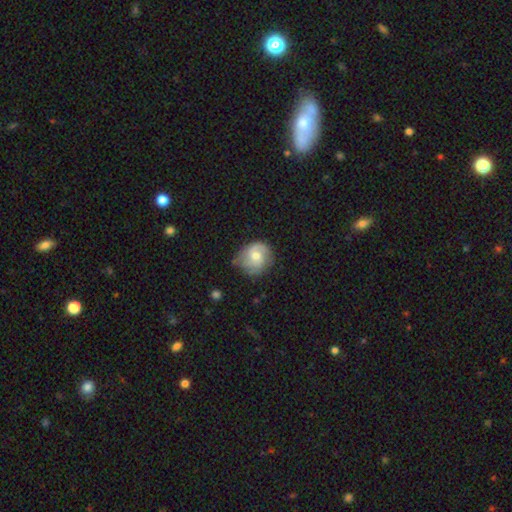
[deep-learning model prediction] featured or disk 60%, smooth 33%, star or artifact 7%. Down the decision tree: edge-on disk — no (98%); bar — no (67%); spiral arms — yes (87%); spiral arm count — 2 (54%); spiral winding — medium (40%); bulge size — moderate (63%); merging — none (64%).